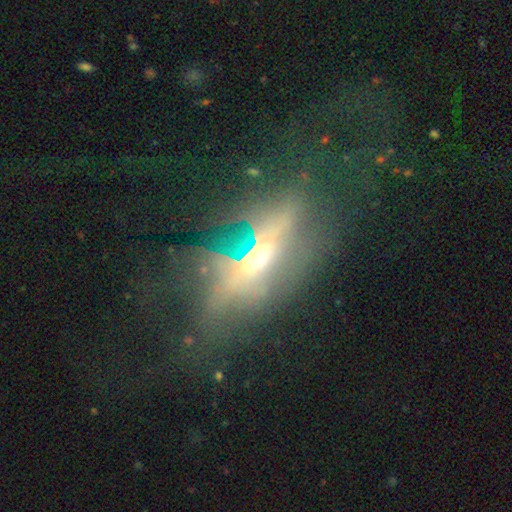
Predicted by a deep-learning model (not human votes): Smooth or featured: featured or disk — 57% (smooth — 24%)
Edge-on disk: no — 54% (yes — 46%)
Merging: major disturbance — 42% (none — 34%)